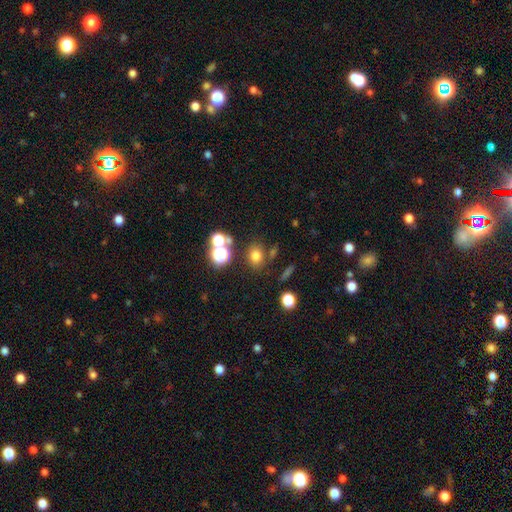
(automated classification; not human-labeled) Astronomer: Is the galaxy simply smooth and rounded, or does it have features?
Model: smooth — 73%.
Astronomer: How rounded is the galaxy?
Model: round — 60% (runner-up: in between, 39%).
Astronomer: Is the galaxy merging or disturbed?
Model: none — 74%.